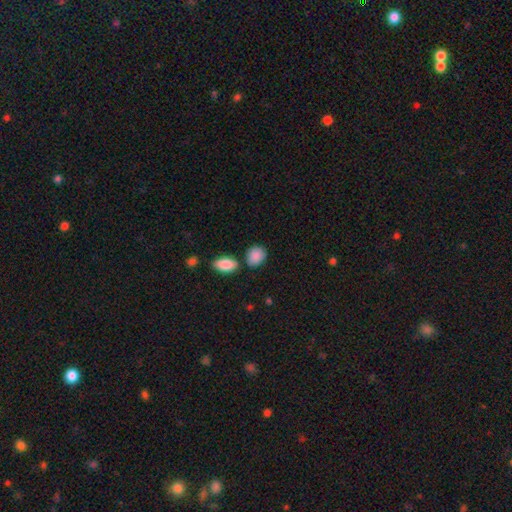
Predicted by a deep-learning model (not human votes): smooth_or_featured: smooth (p=0.89) [alt: star or artifact p=0.07]
how_rounded: in between (p=0.56) [alt: round p=0.42]
merging: none (p=0.70) [alt: minor disturbance p=0.15]